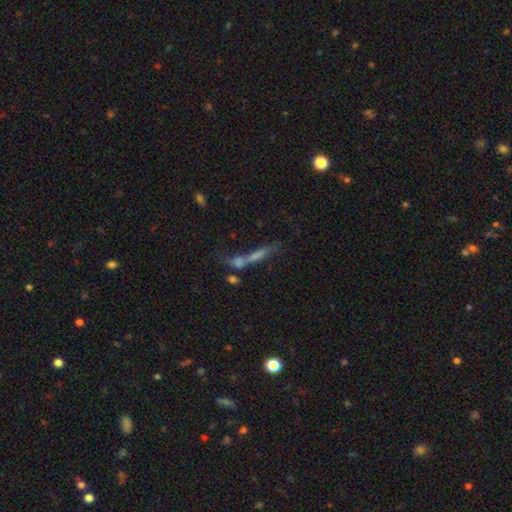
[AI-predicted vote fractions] smooth-or-featured: featured or disk: 40% (tied) | smooth: 40% (tied) | star or artifact: 20%
  merging: merger: 46% | none: 31% | major disturbance: 13% | minor disturbance: 10%